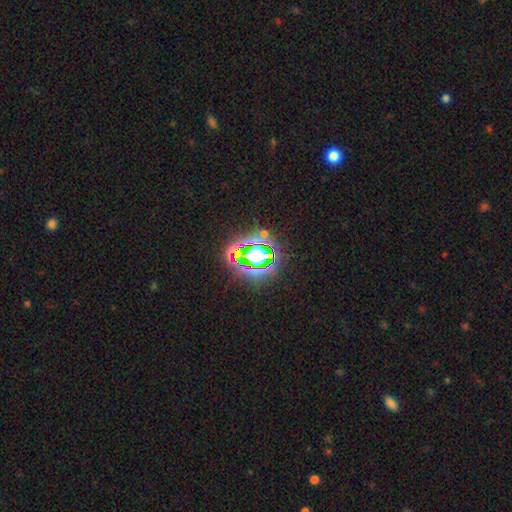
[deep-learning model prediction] A star or artifact, not a galaxy (70%).